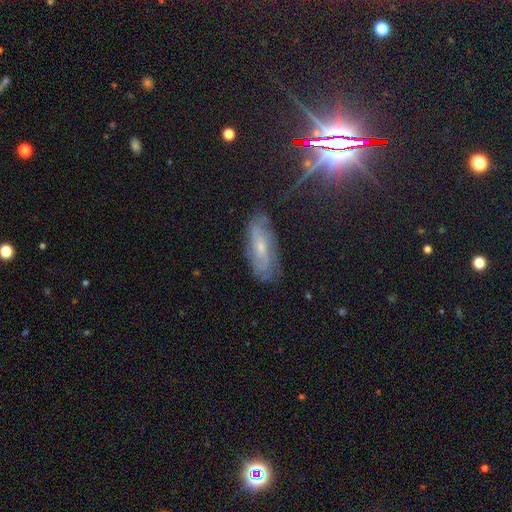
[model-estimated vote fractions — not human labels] Morphology: type=featured or disk (40%, tied with star or artifact); merging=none (75%).